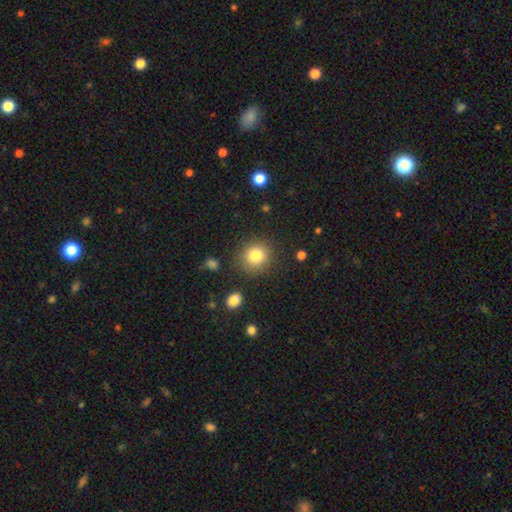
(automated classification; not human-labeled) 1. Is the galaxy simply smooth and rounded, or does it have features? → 81% smooth, 12% star or artifact, 7% featured or disk.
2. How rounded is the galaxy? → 88% round, 11% in between, 1% cigar-shaped.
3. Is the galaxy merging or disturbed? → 87% none, 8% minor disturbance, 3% major disturbance, 2% merger.